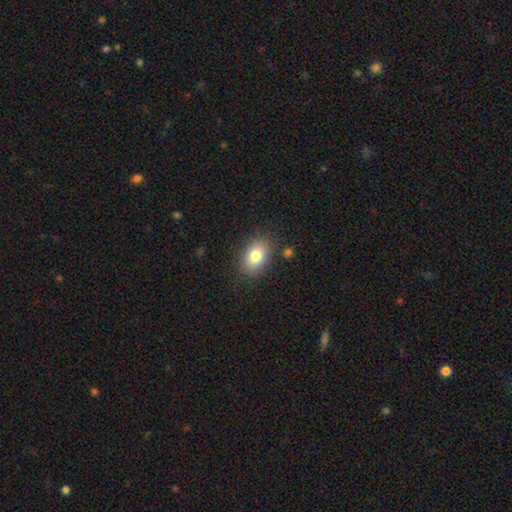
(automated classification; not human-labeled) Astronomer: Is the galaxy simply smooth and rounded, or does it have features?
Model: smooth — 81%.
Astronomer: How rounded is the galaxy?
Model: in between — 83%.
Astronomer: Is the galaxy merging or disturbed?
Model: none — 85%.